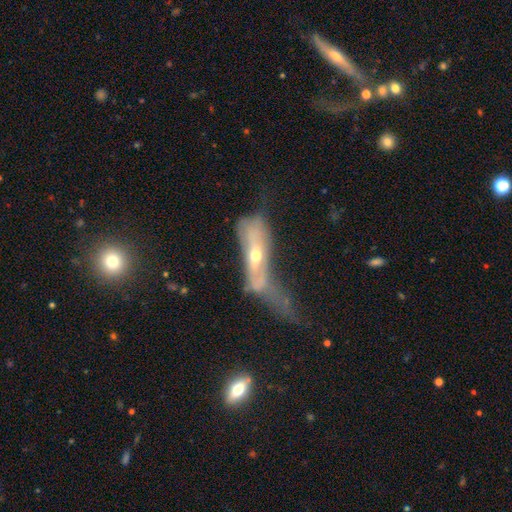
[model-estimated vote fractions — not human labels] smooth-or-featured: featured or disk: 50% | smooth: 42% | star or artifact: 8%
  disk-edge-on: no: 64% | yes: 36%
  merging: major disturbance: 56% | minor disturbance: 17% | none: 14% | merger: 13%